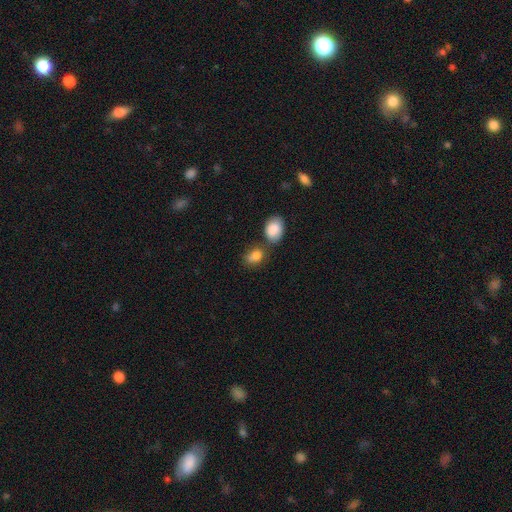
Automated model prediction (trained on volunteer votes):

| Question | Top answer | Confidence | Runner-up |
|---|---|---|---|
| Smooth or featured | smooth | 83% | star or artifact (9%) |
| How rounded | in between | 71% | round (27%) |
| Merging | none | 44% | merger (33%) |